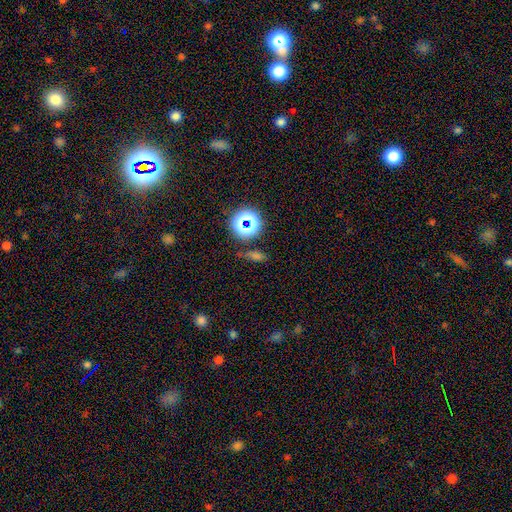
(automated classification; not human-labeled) Smooth or featured?
  - smooth: 46% *
  - star or artifact: 44%
  - featured or disk: 11%
Merging?
  - none: 72% *
  - minor disturbance: 15%
  - major disturbance: 8%
  - merger: 6%